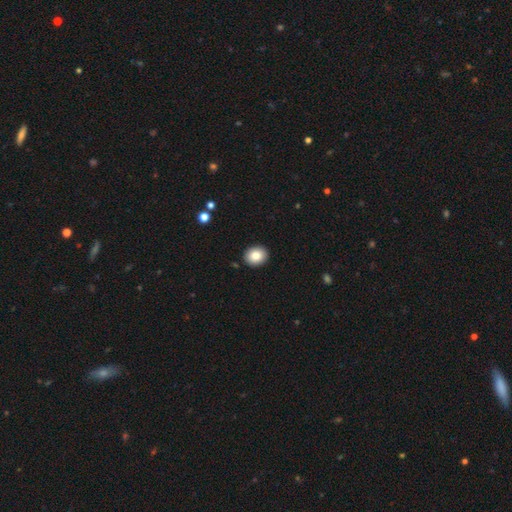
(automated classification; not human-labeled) A smooth galaxy with no disk features (85%) that is round (61%). Merging: none (91%).